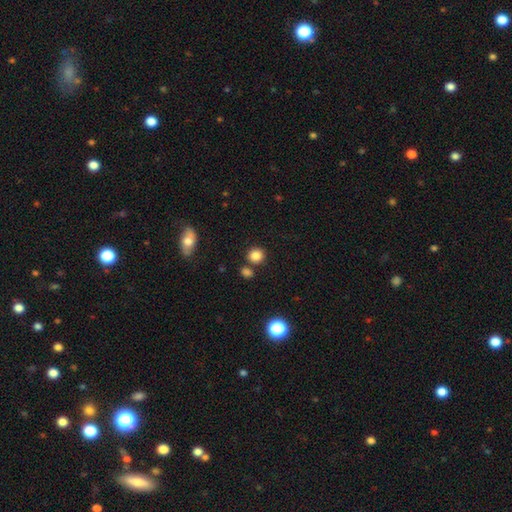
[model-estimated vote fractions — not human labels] Q: Smooth or featured?
A: smooth (84%); runner-up: star or artifact (11%)
Q: How rounded?
A: round (85%); runner-up: in between (14%)
Q: Merging?
A: none (77%); runner-up: merger (11%)